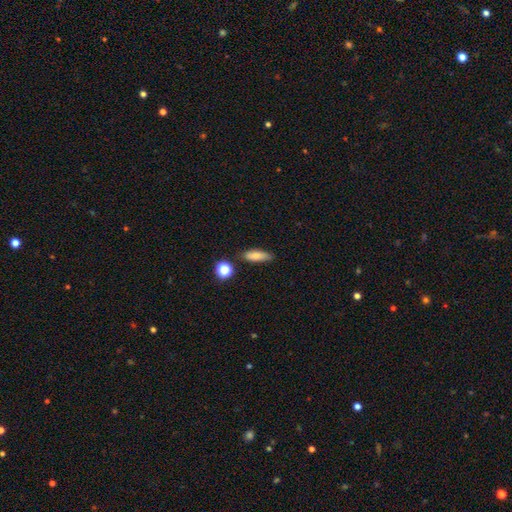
smooth-or-featured: smooth: 83% | featured or disk: 11% | star or artifact: 6%
  how-rounded: in between: 77% | cigar-shaped: 23% | round: 0%
  merging: none: 94% | minor disturbance: 6% | major disturbance: 0% | merger: 0%